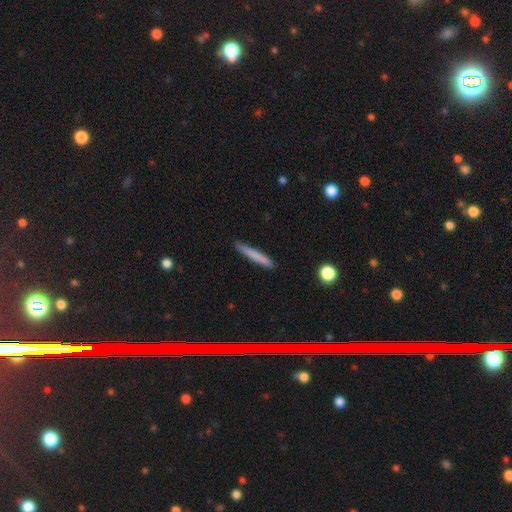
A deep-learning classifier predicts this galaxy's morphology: The model was most divided on "smooth or featured": smooth: 73%, featured or disk: 20%, star or artifact: 7%. More confident: how rounded — cigar-shaped (95%); merging — none (88%).